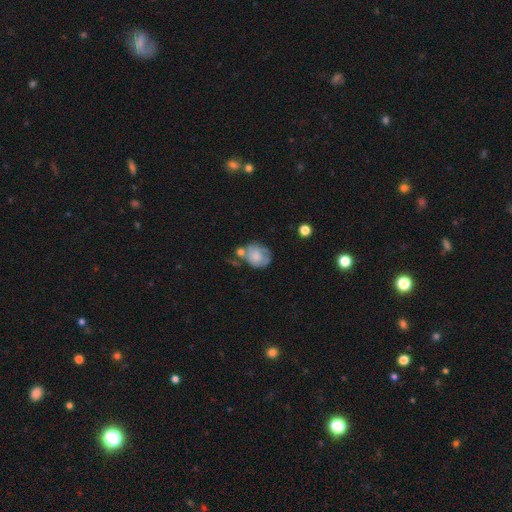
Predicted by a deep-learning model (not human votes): Q: Smooth or featured?
A: smooth (58%); runner-up: featured or disk (34%)
Q: How rounded?
A: round (54%); runner-up: in between (45%)
Q: Merging?
A: none (35%); runner-up: merger (25%)